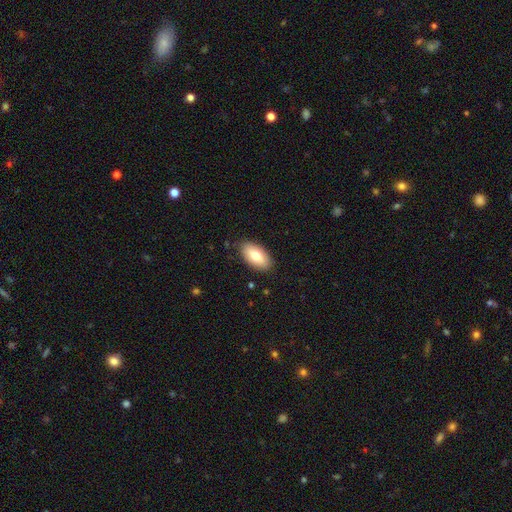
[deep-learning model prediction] Q: Smooth or featured?
A: smooth (77%); runner-up: featured or disk (17%)
Q: How rounded?
A: in between (94%); runner-up: cigar-shaped (3%)
Q: Merging?
A: none (87%); runner-up: minor disturbance (10%)